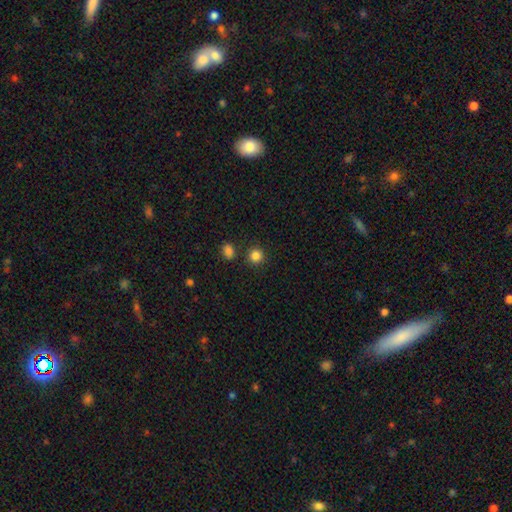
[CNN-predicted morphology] This is clearly a smooth galaxy (85%). How rounded: clearly round (91%). Merging: clearly none (85%).